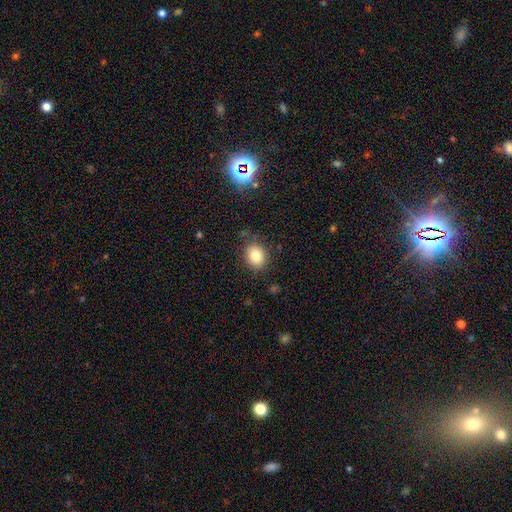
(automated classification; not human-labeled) smooth 82%, star or artifact 10%, featured or disk 8%. Down the decision tree: how rounded — round (55%); merging — none (83%).